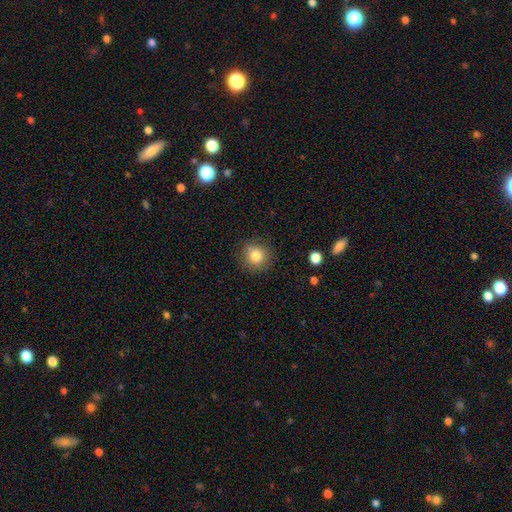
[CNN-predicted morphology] smooth 81%, star or artifact 11%, featured or disk 8%. Down the decision tree: how rounded — round (89%); merging — none (84%).